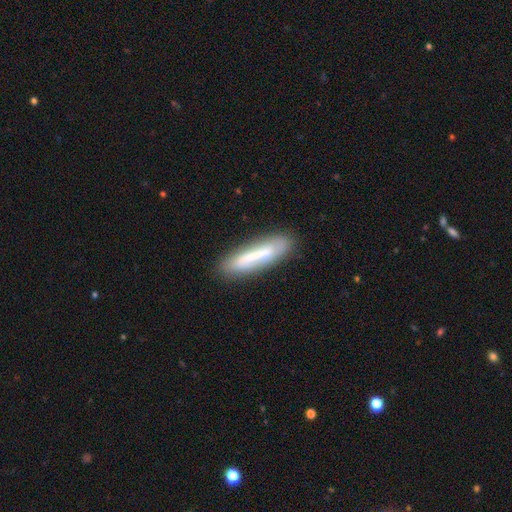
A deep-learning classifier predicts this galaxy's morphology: Smooth or featured?
  - smooth: 55% *
  - featured or disk: 38%
  - star or artifact: 7%
How rounded?
  - cigar-shaped: 77% *
  - in between: 21%
  - round: 2%
Merging?
  - none: 75% *
  - minor disturbance: 17%
  - major disturbance: 5%
  - merger: 3%